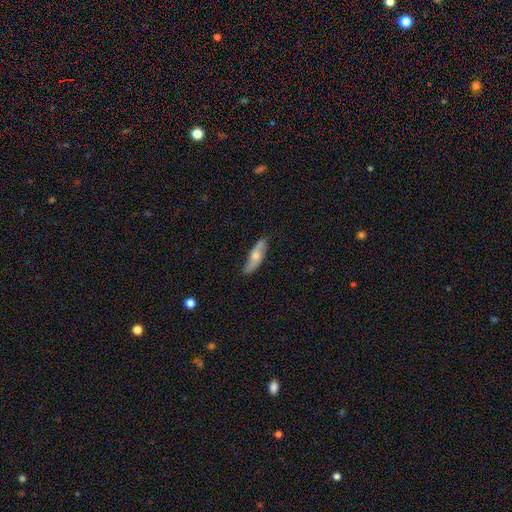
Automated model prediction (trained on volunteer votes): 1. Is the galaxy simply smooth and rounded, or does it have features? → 51% featured or disk, 42% smooth, 6% star or artifact.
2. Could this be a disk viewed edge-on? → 54% no, 46% yes.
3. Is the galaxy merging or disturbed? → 79% none, 16% minor disturbance, 3% major disturbance, 1% merger.